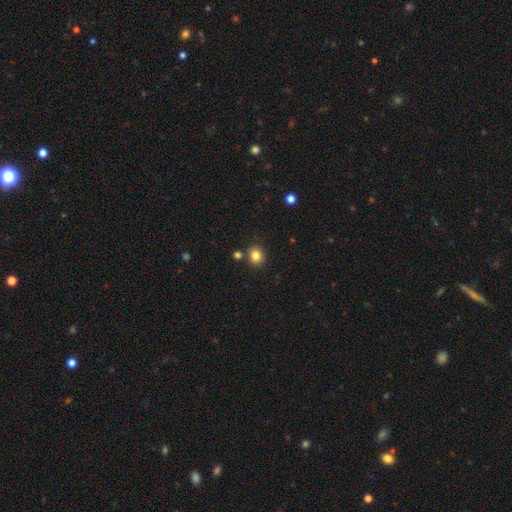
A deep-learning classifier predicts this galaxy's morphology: Overall: smooth (83%). How rounded: round (73%). Merging: none (82%).